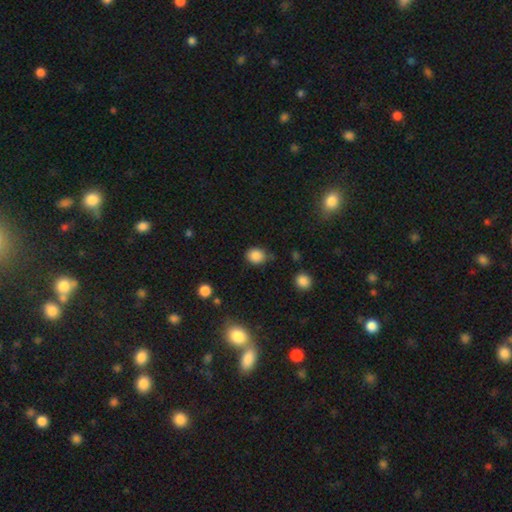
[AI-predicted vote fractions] This is clearly a smooth galaxy (85%). How rounded: possibly round (59%). Merging: likely none (72%).